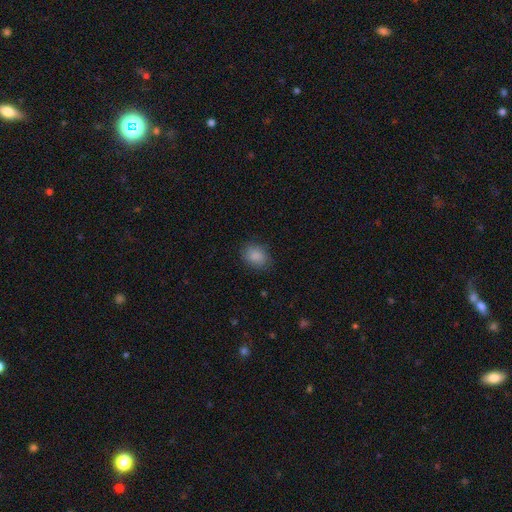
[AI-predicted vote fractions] smooth-or-featured: smooth: 87% | star or artifact: 8% | featured or disk: 5%
  how-rounded: in between: 63% | round: 36% | cigar-shaped: 1%
  merging: none: 83% | minor disturbance: 13% | major disturbance: 3% | merger: 1%